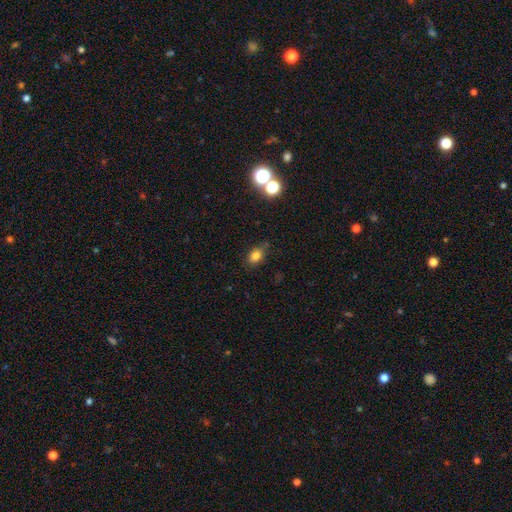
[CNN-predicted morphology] smooth-or-featured: smooth: 79% | star or artifact: 13% | featured or disk: 8%
  how-rounded: in between: 78% | round: 20% | cigar-shaped: 2%
  merging: none: 77% | minor disturbance: 17% | major disturbance: 4% | merger: 3%